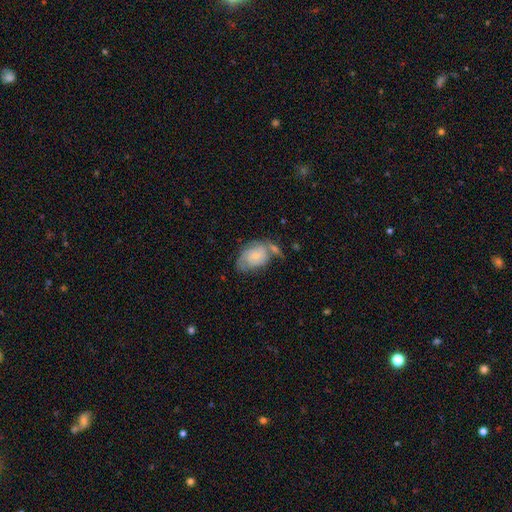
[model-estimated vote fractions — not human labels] A featured or disk galaxy (53%) with no bar (74%), spiral arms (79%) and a small central bulge (66%).

Vote fractions:
- Smooth or featured? featured or disk: 53% / smooth: 41% / star or artifact: 7%
- Edge-on disk? no: 96% / yes: 4%
- Bar? no: 74% / weak: 23% / strong: 3%
- Spiral arms? yes: 79% / no: 21%
- Bulge size? small: 66% / moderate: 24% / none: 7% / large: 2% / dominant: 1%
- Merging? none: 37% / minor disturbance: 25% / merger: 22% / major disturbance: 16%